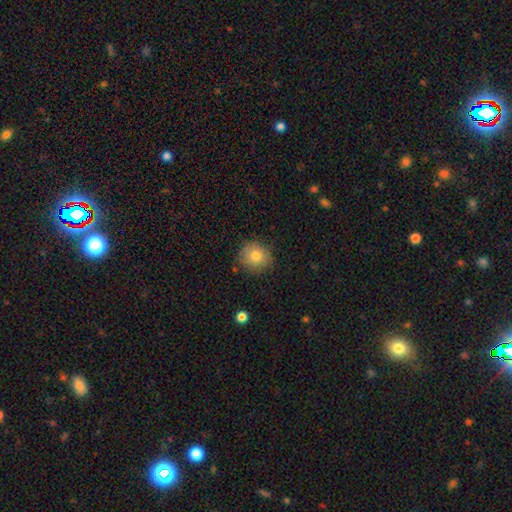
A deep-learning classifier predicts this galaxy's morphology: Q: Smooth or featured?
A: smooth (80%); runner-up: featured or disk (11%)
Q: How rounded?
A: round (85%); runner-up: in between (14%)
Q: Merging?
A: none (84%); runner-up: minor disturbance (12%)